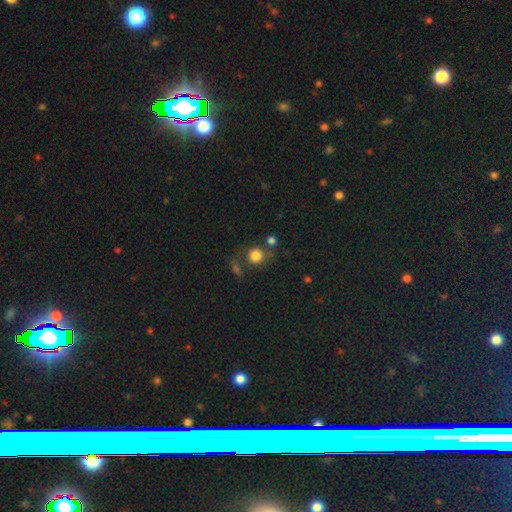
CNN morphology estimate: smooth-or-featured: smooth: 79% | star or artifact: 12% | featured or disk: 9%
  how-rounded: round: 86% | in between: 13% | cigar-shaped: 1%
  merging: none: 59% | merger: 18% | minor disturbance: 14% | major disturbance: 9%